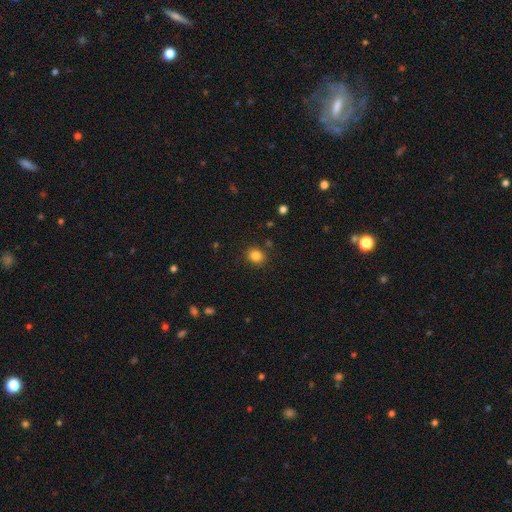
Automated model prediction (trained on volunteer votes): This is clearly a smooth galaxy (83%). How rounded: clearly round (80%). Merging: clearly none (86%).